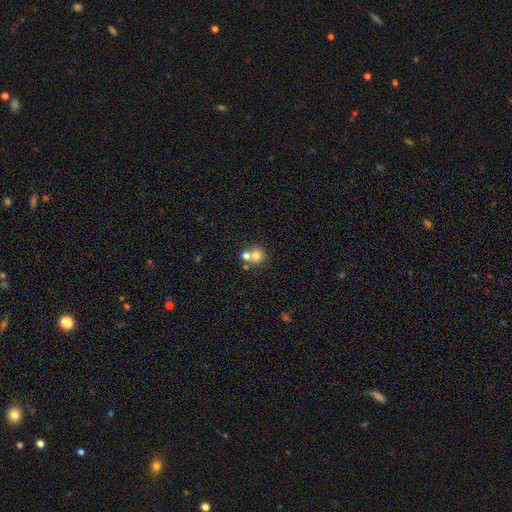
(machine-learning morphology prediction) Smooth or featured? smooth (73%)
How rounded? round (87%)
Merging? merger (47%)